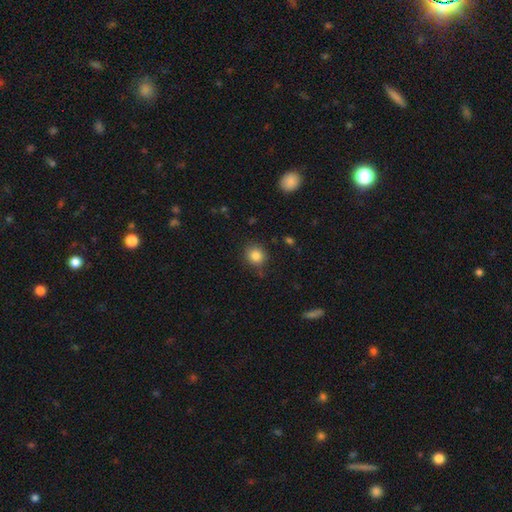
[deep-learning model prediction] Smooth or featured? Predicted: smooth (p=0.83). How rounded? Predicted: round (p=0.86). Merging? Predicted: none (p=0.84).